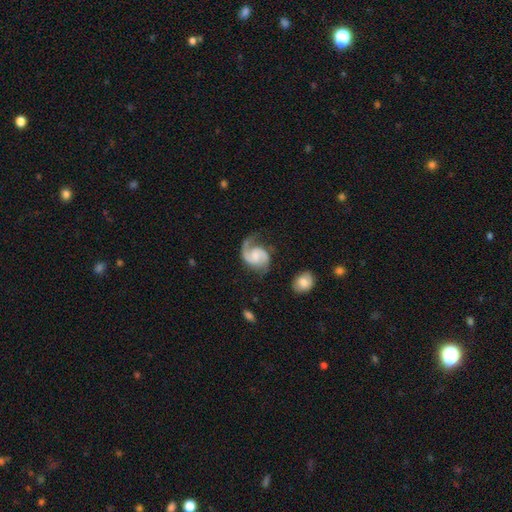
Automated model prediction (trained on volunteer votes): Smooth or featured? featured or disk (88%)
Edge-on disk? no (98%)
Bar? no (50%)
Spiral arms? yes (98%)
Spiral winding? medium (53%)
Spiral arm count? 2 (84%)
Bulge size? none (41%)
Merging? none (64%)